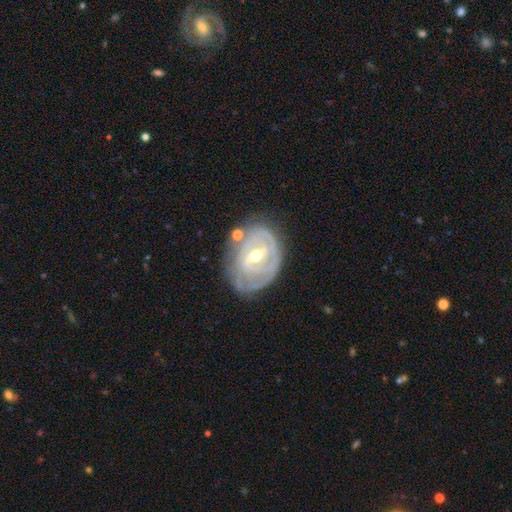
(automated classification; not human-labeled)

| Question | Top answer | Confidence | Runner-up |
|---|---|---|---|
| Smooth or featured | featured or disk | 84% | smooth (11%) |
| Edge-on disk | no | 96% | yes (4%) |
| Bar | weak | 47% | strong (36%) |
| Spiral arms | yes | 84% | no (16%) |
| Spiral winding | tight | 74% | medium (20%) |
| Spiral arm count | can't tell | 37% | 2 (35%) |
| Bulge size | moderate | 66% | small (29%) |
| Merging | none | 64% | minor disturbance (23%) |